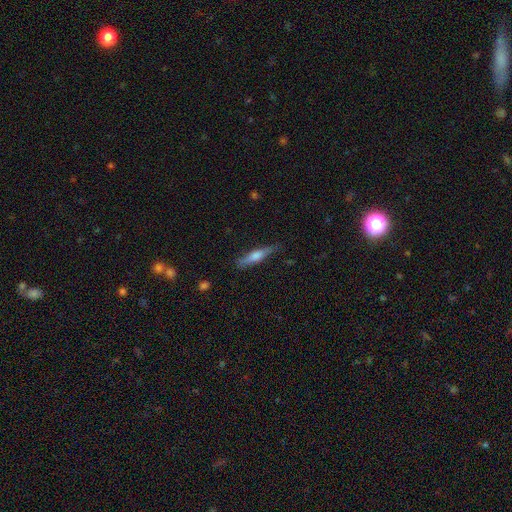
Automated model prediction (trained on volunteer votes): Overall: featured or disk (48%; smooth 46%). Merging: none (81%).